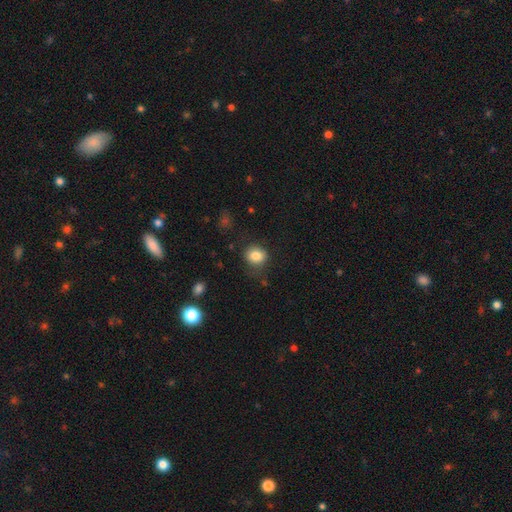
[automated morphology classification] A smooth galaxy with no disk features (83%) that is round (69%). Merging: none (77%).